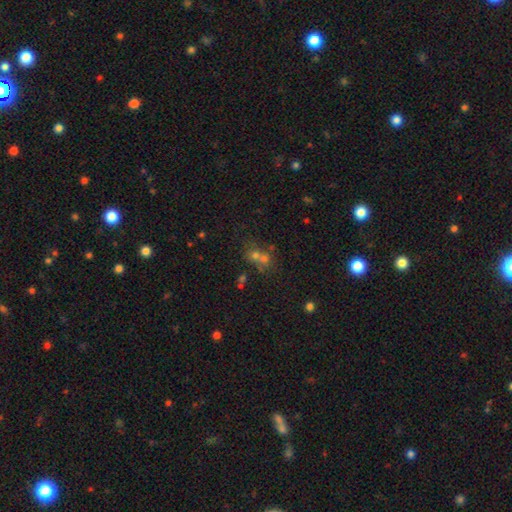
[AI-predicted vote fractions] Smooth or featured?
  - smooth: 54% *
  - star or artifact: 28%
  - featured or disk: 18%
How rounded?
  - round: 77% *
  - in between: 22%
  - cigar-shaped: 1%
Merging?
  - merger: 51% *
  - none: 38%
  - minor disturbance: 7%
  - major disturbance: 4%